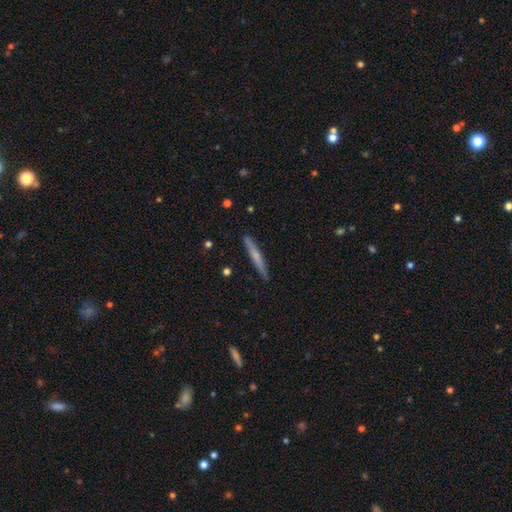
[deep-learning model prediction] smooth-or-featured: smooth: 54% | featured or disk: 41% | star or artifact: 6%
  how-rounded: cigar-shaped: 96% | in between: 2% | round: 1%
  merging: none: 91% | minor disturbance: 7% | major disturbance: 1% | merger: 1%